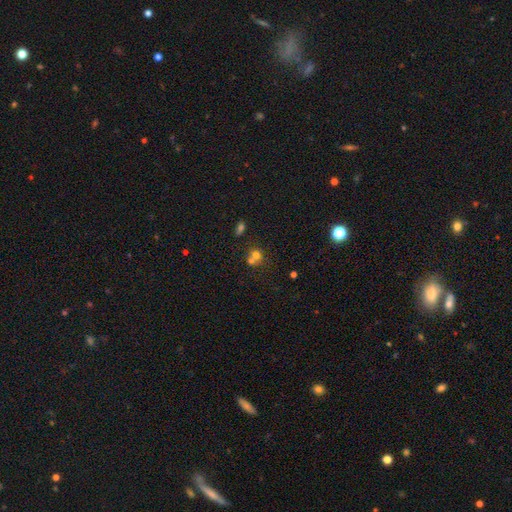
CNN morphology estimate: Smooth or featured?
  - smooth: 66% *
  - featured or disk: 18%
  - star or artifact: 17%
How rounded?
  - round: 77% *
  - in between: 22%
  - cigar-shaped: 1%
Merging?
  - merger: 54% *
  - none: 35%
  - minor disturbance: 7%
  - major disturbance: 4%